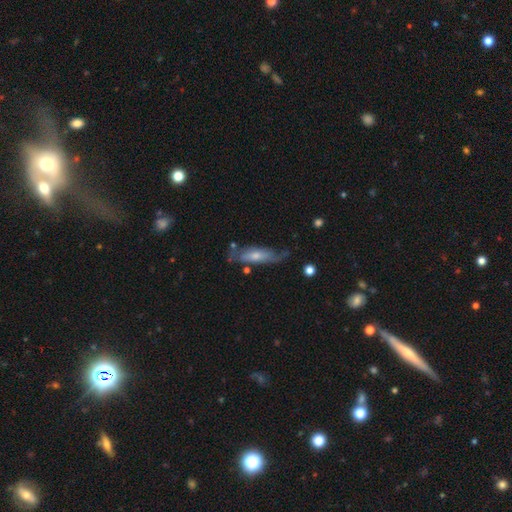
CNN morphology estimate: A featured or disk galaxy (52%).

Vote fractions:
- Smooth or featured? featured or disk: 52% / smooth: 42% / star or artifact: 6%
- Edge-on disk? no: 66% / yes: 34%
- Merging? none: 53% / minor disturbance: 28% / major disturbance: 14% / merger: 5%